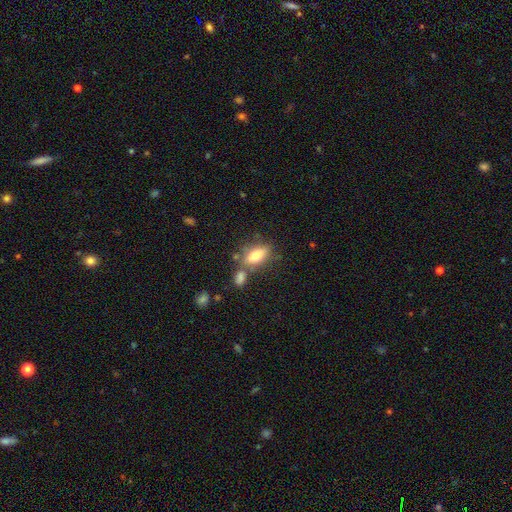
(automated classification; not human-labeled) smooth 75%, featured or disk 18%, star or artifact 8%. Down the decision tree: how rounded — in between (80%); merging — none (56%).